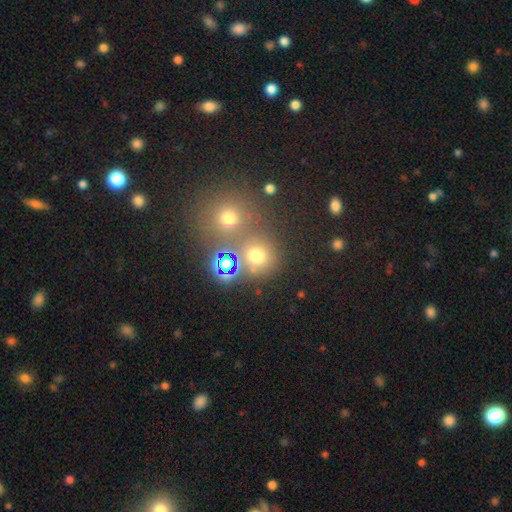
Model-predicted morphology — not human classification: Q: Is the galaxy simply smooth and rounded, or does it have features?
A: smooth — 63%.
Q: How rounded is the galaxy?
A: round — 85%.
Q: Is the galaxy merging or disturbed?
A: none — 63%.